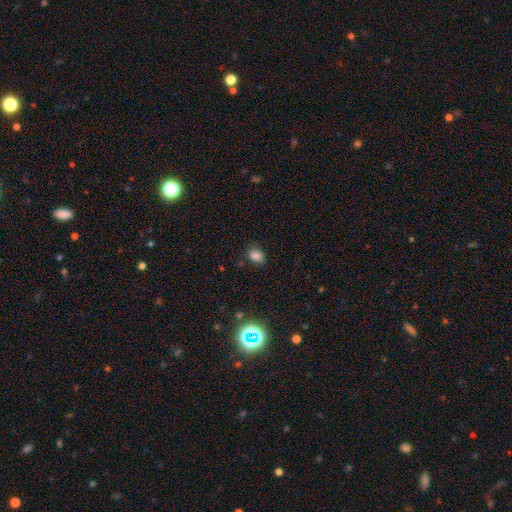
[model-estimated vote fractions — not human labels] This is clearly a smooth galaxy (81%). How rounded: likely in between (73%). Merging: clearly none (80%).